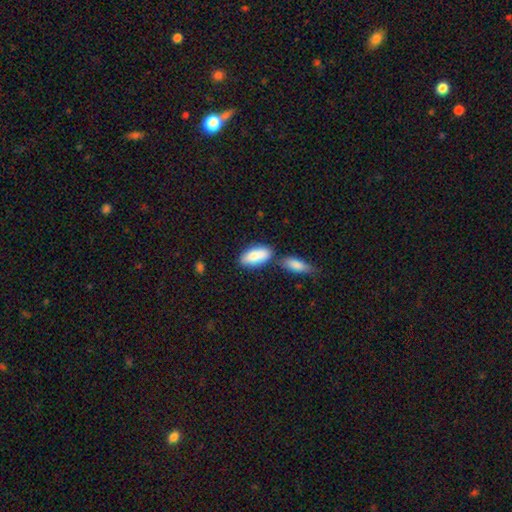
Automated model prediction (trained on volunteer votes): Morphology: type=smooth (83%); roundness=in between (87%); merging=none (54%).